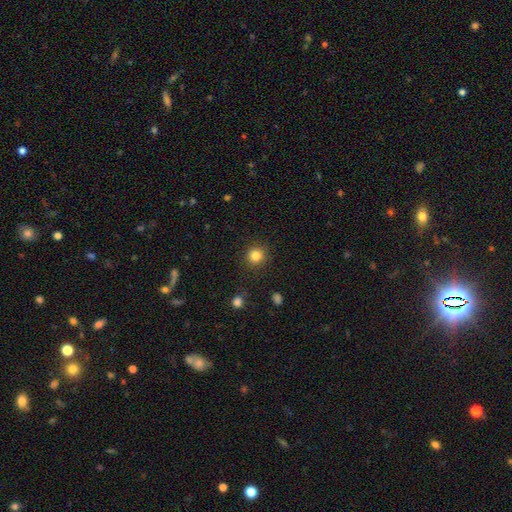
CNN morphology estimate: This is clearly a smooth galaxy (83%). How rounded: clearly round (92%). Merging: clearly none (89%).